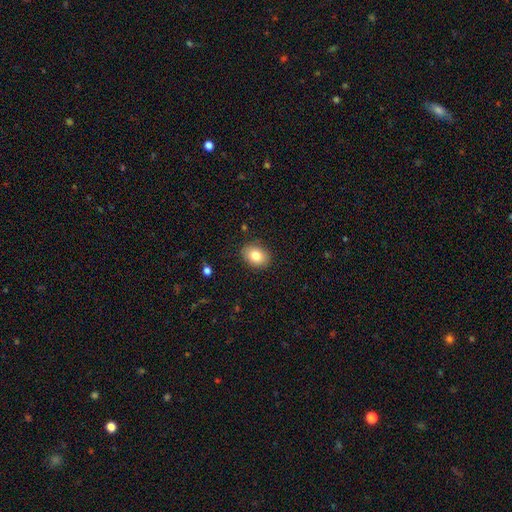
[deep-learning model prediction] Overall: smooth (83%). How rounded: in between (71%). Merging: none (87%).